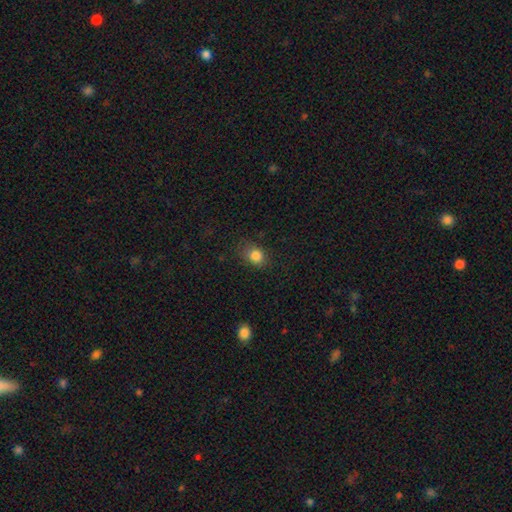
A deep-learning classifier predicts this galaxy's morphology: smooth-or-featured: smooth: 83% | star or artifact: 11% | featured or disk: 6%
  how-rounded: in between: 50% | round: 49% | cigar-shaped: 1%
  merging: none: 75% | minor disturbance: 18% | major disturbance: 5% | merger: 1%